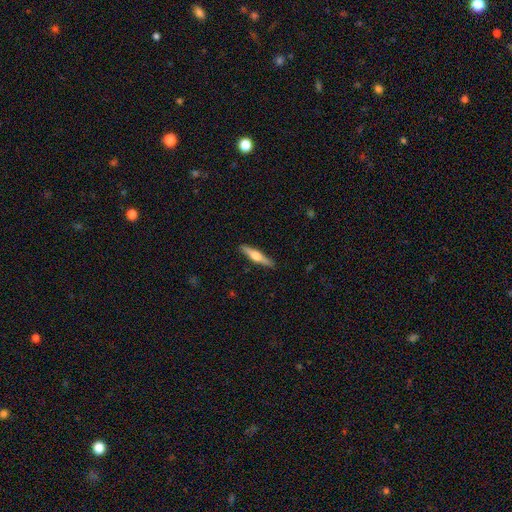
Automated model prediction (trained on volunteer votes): This appears to be a featured or disk galaxy (59%) viewed edge-on (97%) with a rounded central bulge (91%). Merging: none (90%).